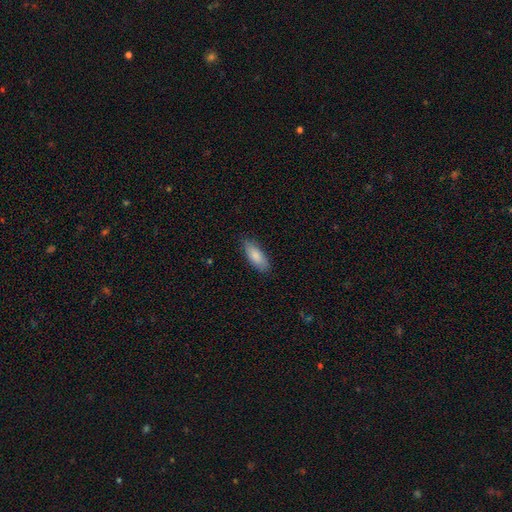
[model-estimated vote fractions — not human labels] Morphology: type=smooth (86%); roundness=in between (73%); merging=none (84%).